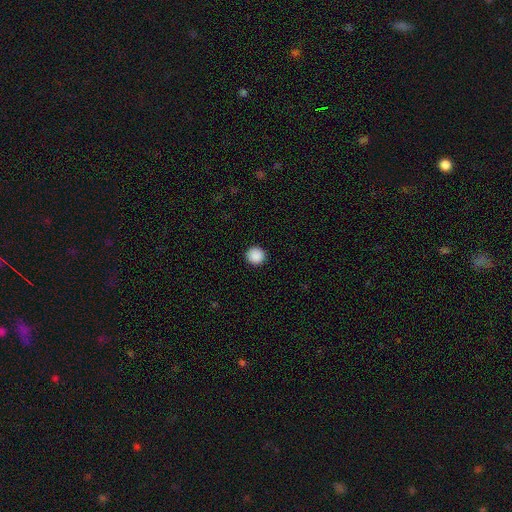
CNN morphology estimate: A smooth galaxy with no disk features (89%) that is round (94%). Merging: none (93%).